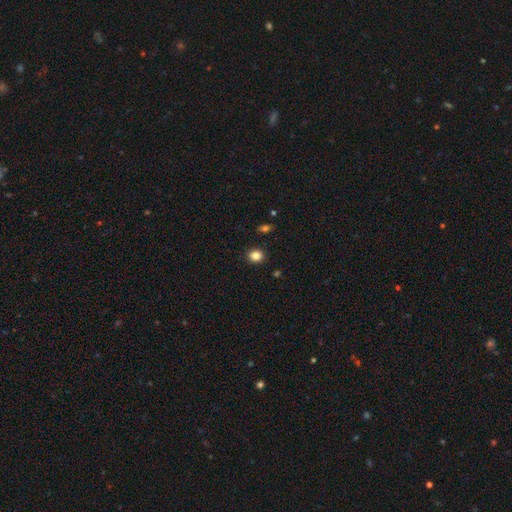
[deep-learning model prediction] A smooth galaxy with no disk features (85%) that is round (75%). Merging: none (90%).